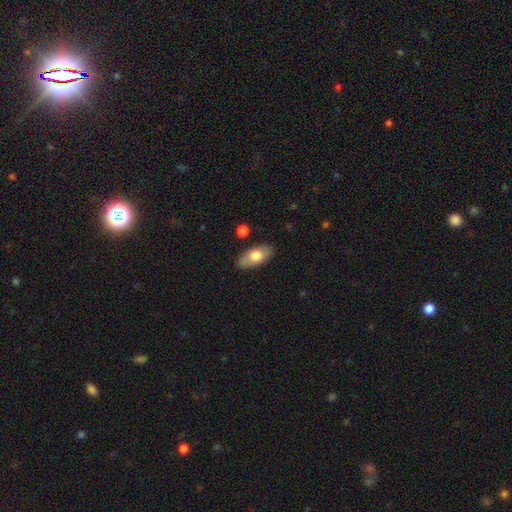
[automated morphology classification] smooth-or-featured: smooth: 69% | featured or disk: 25% | star or artifact: 6%
  how-rounded: in between: 90% | cigar-shaped: 7% | round: 4%
  merging: none: 84% | minor disturbance: 12% | major disturbance: 2% | merger: 2%